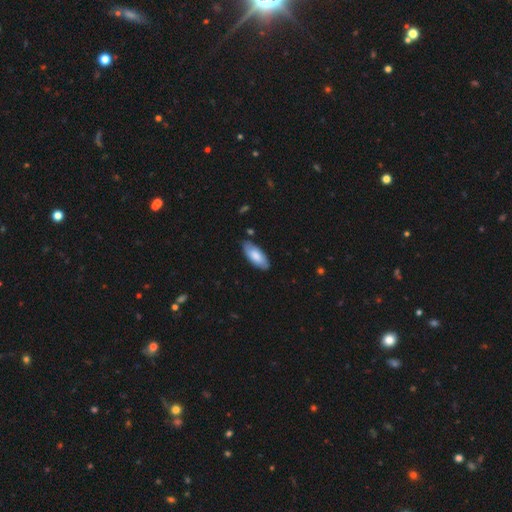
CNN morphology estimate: This appears to be a smooth galaxy with no disk features (77%) that is in between round and cigar-shaped (84%). Merging: none (83%).